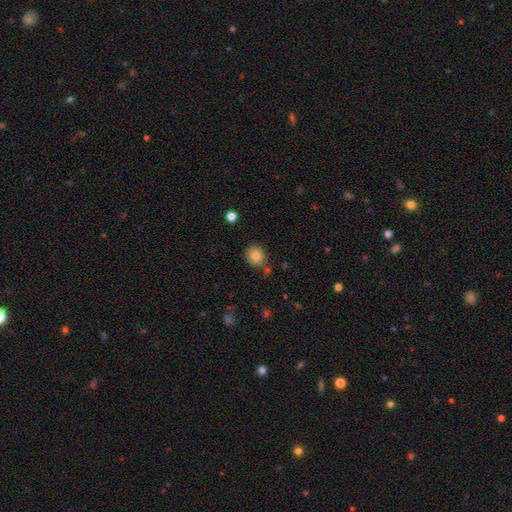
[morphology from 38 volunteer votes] Smooth or featured?
  - smooth: 84% *
  - featured or disk: 8%
  - star or artifact: 8%
How rounded?
  - round: 81% *
  - in between: 19%
  - cigar-shaped: 0%
Merging?
  - none: 83% *
  - major disturbance: 9%
  - minor disturbance: 6%
  - merger: 3%